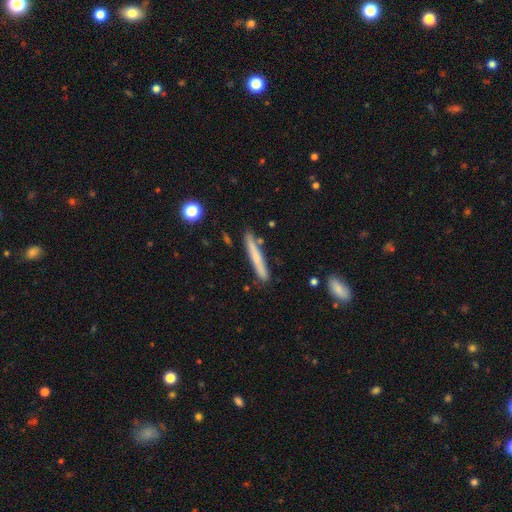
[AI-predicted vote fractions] A smooth galaxy with no disk features (66%) that is cigar-shaped (96%). Merging: none (86%).